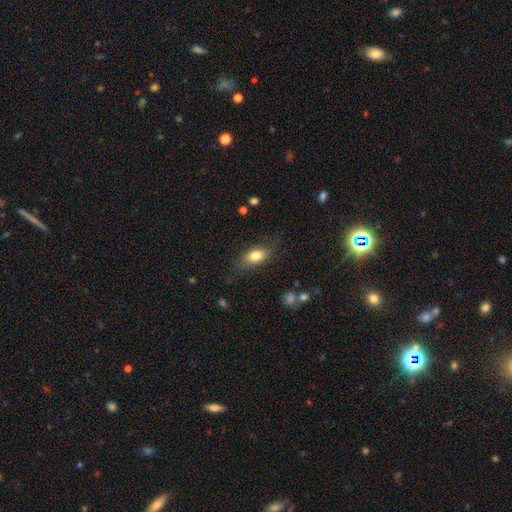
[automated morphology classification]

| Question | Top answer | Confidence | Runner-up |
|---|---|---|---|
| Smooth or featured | smooth | 76% | featured or disk (16%) |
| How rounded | in between | 83% | cigar-shaped (9%) |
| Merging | none | 71% | minor disturbance (20%) |